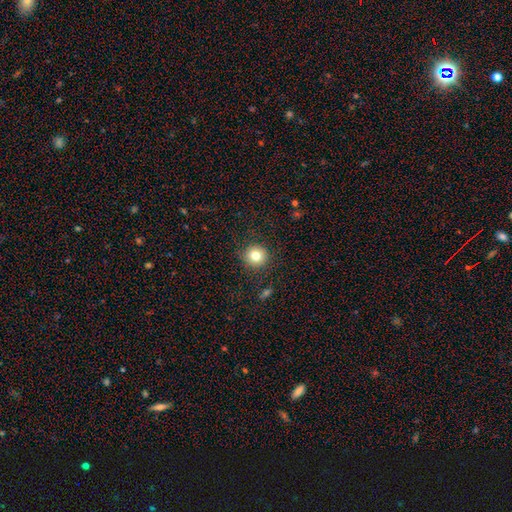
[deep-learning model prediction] smooth 80%, star or artifact 11%, featured or disk 9%. Down the decision tree: how rounded — round (95%); merging — none (90%).